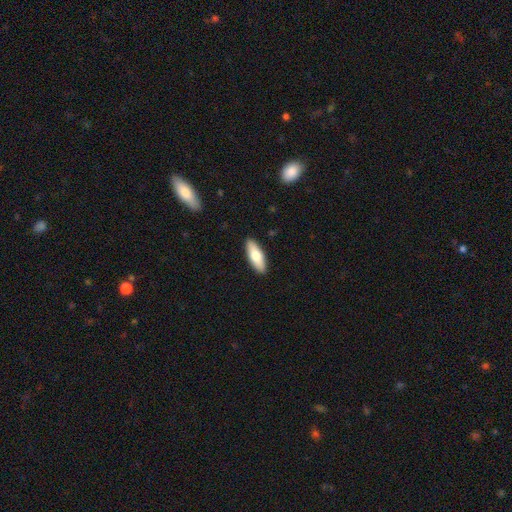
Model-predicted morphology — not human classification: This is likely a smooth galaxy (73%). How rounded: likely in between (62%). Merging: clearly none (91%).